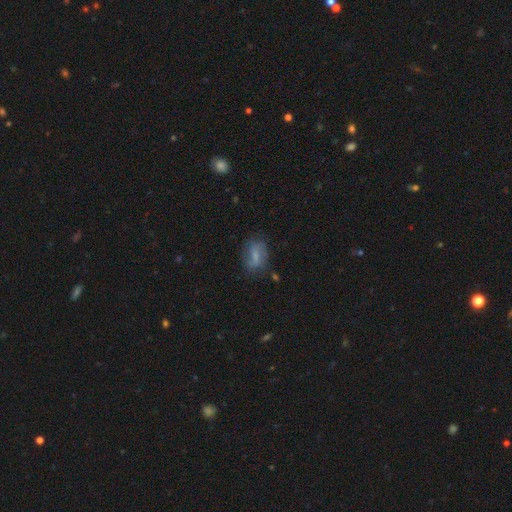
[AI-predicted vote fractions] A smooth galaxy with no disk features (53%) that is in between round and cigar-shaped (76%). Merging: none (64%).